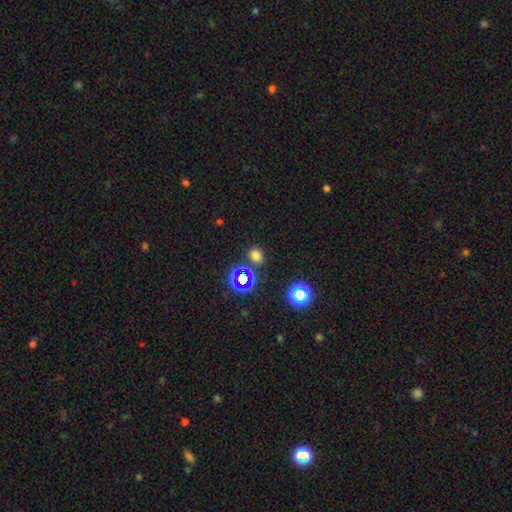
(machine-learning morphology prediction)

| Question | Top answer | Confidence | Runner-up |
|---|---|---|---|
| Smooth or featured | smooth | 65% | star or artifact (29%) |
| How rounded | round | 57% | in between (42%) |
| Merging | none | 79% | minor disturbance (11%) |